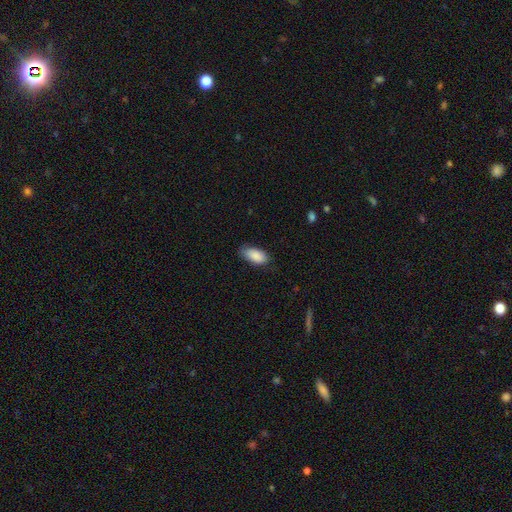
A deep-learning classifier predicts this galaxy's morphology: Q: Smooth or featured?
A: smooth (89%); runner-up: star or artifact (6%)
Q: How rounded?
A: in between (92%); runner-up: cigar-shaped (6%)
Q: Merging?
A: none (75%); runner-up: minor disturbance (20%)